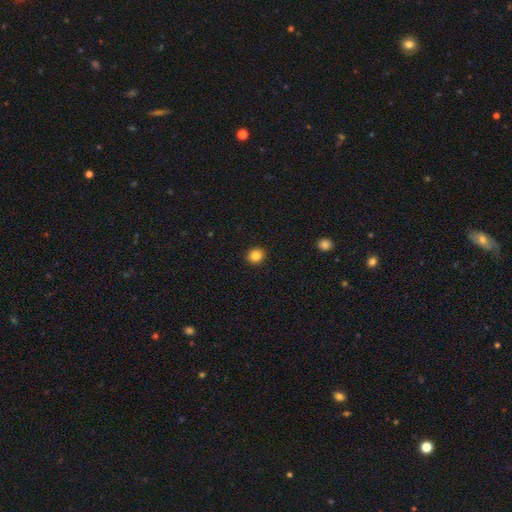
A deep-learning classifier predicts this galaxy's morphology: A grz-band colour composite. It shows a smooth galaxy with no disk features (85%) that is round (79%). Merging: none (92%).